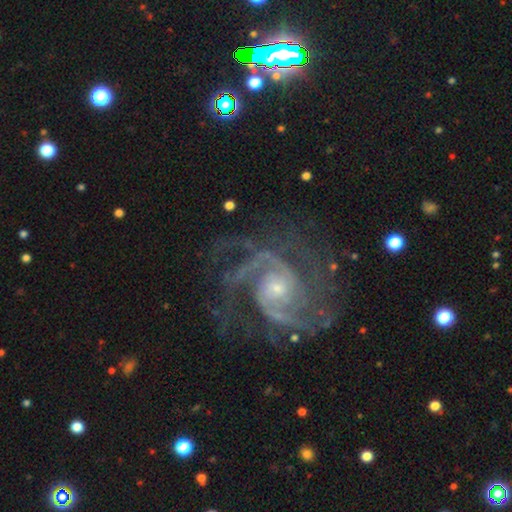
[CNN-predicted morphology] Q: Smooth or featured?
A: featured or disk (90%); runner-up: star or artifact (7%)
Q: Edge-on disk?
A: no (98%); runner-up: yes (2%)
Q: Bar?
A: no (63%); runner-up: weak (30%)
Q: Spiral arms?
A: yes (98%); runner-up: no (2%)
Q: Spiral winding?
A: medium (51%); runner-up: tight (39%)
Q: Spiral arm count?
A: 2 (58%); runner-up: 3 (16%)
Q: Bulge size?
A: small (65%); runner-up: moderate (29%)
Q: Merging?
A: none (72%); runner-up: minor disturbance (15%)